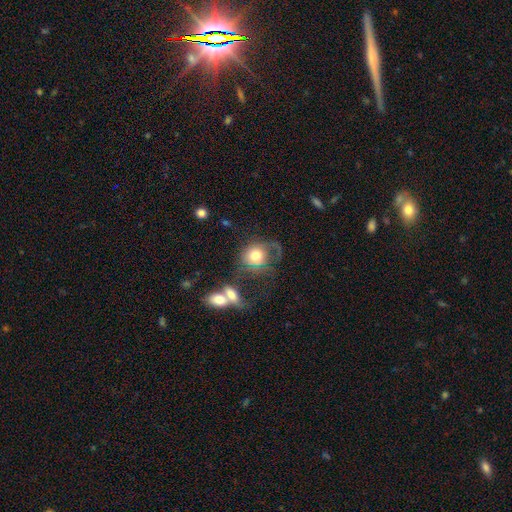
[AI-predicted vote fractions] A smooth galaxy with no disk features (59%) that is round (73%). Merging: major disturbance (34%).